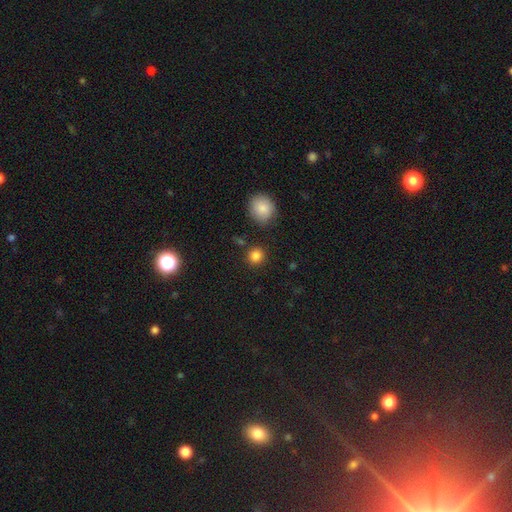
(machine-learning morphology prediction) Smooth or featured?
  - smooth: 85% *
  - star or artifact: 11%
  - featured or disk: 4%
How rounded?
  - round: 89% *
  - in between: 10%
  - cigar-shaped: 1%
Merging?
  - none: 86% *
  - minor disturbance: 7%
  - merger: 4%
  - major disturbance: 3%